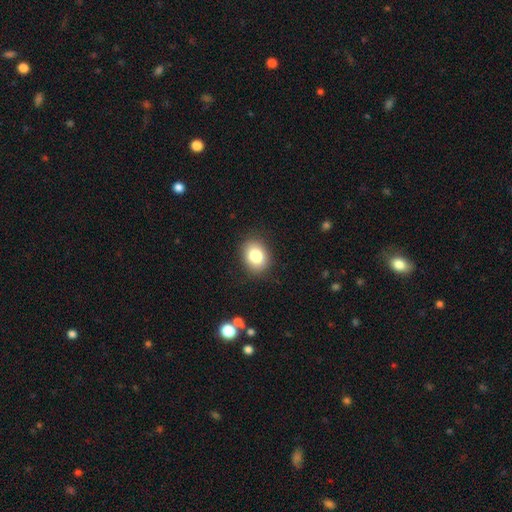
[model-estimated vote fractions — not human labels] Smooth or featured: smooth — 81% (star or artifact — 10%)
How rounded: in between — 53% (round — 46%)
Merging: none — 87% (minor disturbance — 9%)